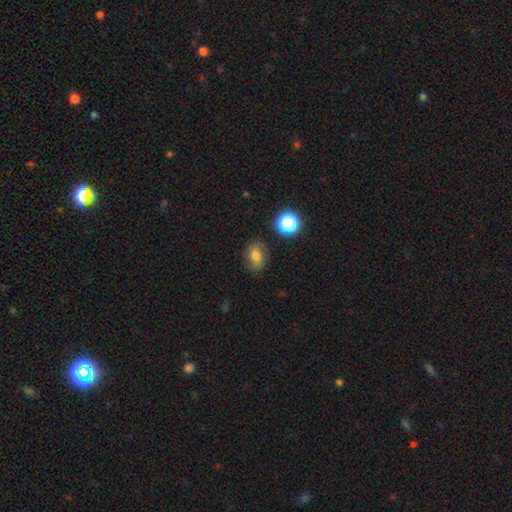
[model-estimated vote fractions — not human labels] The model was most divided on "how rounded": in between: 59%, round: 39%, cigar-shaped: 2%. More confident: merging — none (82%); smooth or featured — smooth (69%).